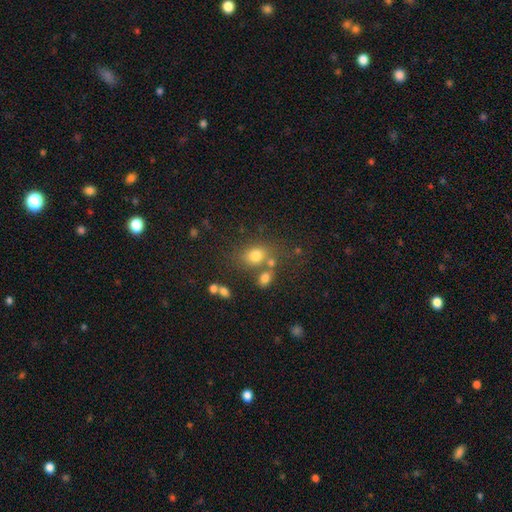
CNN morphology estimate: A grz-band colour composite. It shows a smooth galaxy with no disk features (73%) that is round (50%). Merging: none (57%).